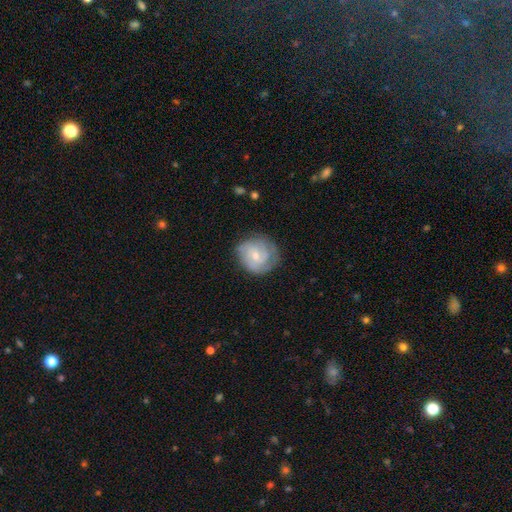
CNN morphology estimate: The model was most divided on "spiral arm count": can't tell: 34%, 2: 31%, 3: 20%, 1: 6%, 4: 5%, more than 4: 4%. More confident: edge-on disk — no (98%); spiral arms — yes (88%); merging — none (72%); smooth or featured — featured or disk (62%); bulge size — small (59%); bar — no (56%); spiral winding — tight (55%).